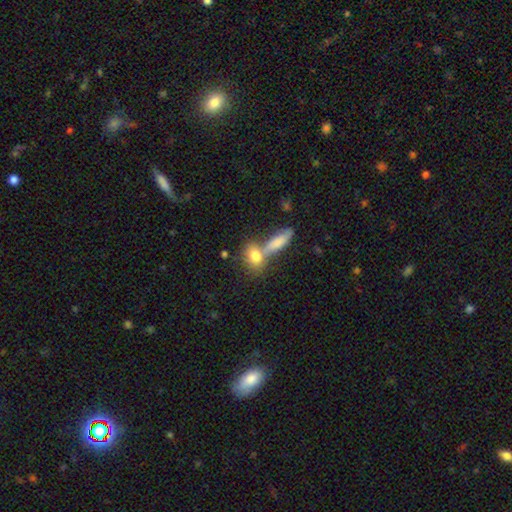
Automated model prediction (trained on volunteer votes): A smooth galaxy with no disk features (77%) that is in between round and cigar-shaped (62%).

Vote fractions:
- Smooth or featured? smooth: 77% / featured or disk: 15% / star or artifact: 9%
- How rounded? in between: 62% / round: 27% / cigar-shaped: 11%
- Merging? merger: 45% / none: 40% / minor disturbance: 10% / major disturbance: 5%